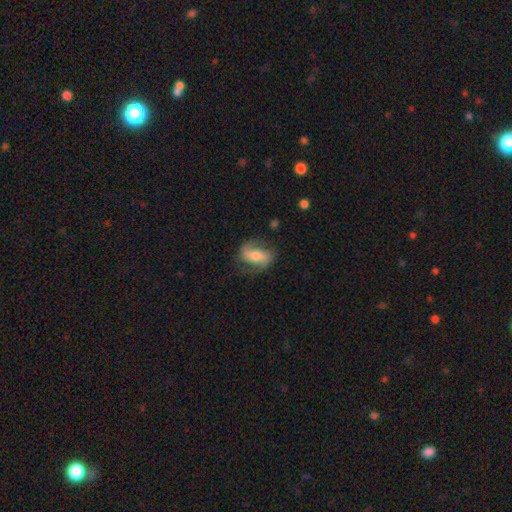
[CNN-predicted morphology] A featured or disk galaxy (66%) with a weak bar (36%), 2 (87%) loose (50%) spiral arms (88%) and a moderate central bulge (57%). Merging: none (70%).